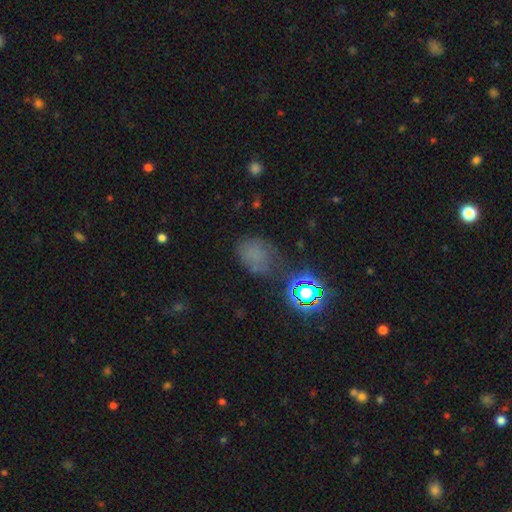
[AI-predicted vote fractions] This appears to be a smooth galaxy with no disk features (56%) that is in between round and cigar-shaped (50%). Merging: none (54%).